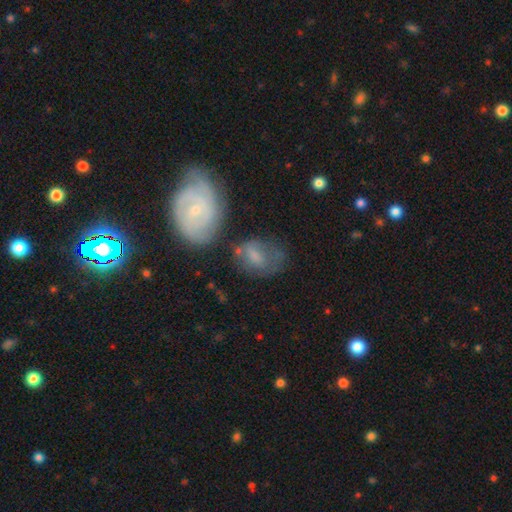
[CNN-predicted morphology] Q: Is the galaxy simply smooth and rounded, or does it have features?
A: smooth — 56%.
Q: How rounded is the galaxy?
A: in between — 76%.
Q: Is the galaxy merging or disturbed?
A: none — 40%.